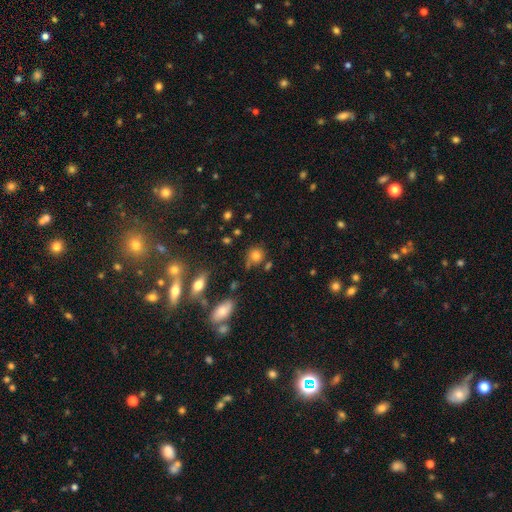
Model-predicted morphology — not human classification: The model was most divided on "merging": none: 67%, minor disturbance: 19%, merger: 8%, major disturbance: 6%. More confident: how rounded — round (81%); smooth or featured — smooth (78%).